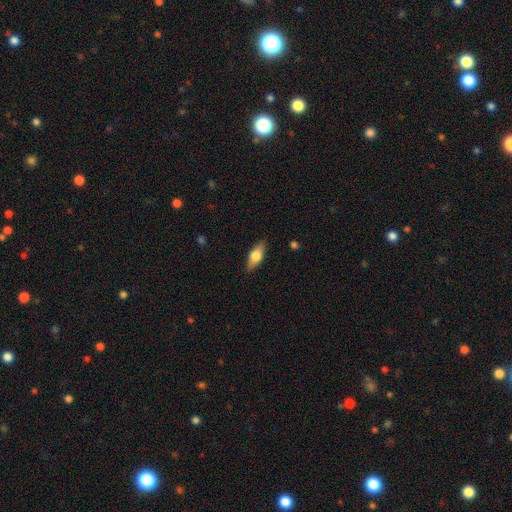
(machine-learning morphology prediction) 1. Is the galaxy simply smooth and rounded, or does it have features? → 65% smooth, 28% featured or disk, 6% star or artifact.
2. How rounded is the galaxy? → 77% in between, 20% cigar-shaped, 4% round.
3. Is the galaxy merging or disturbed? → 86% none, 11% minor disturbance, 2% major disturbance, 1% merger.